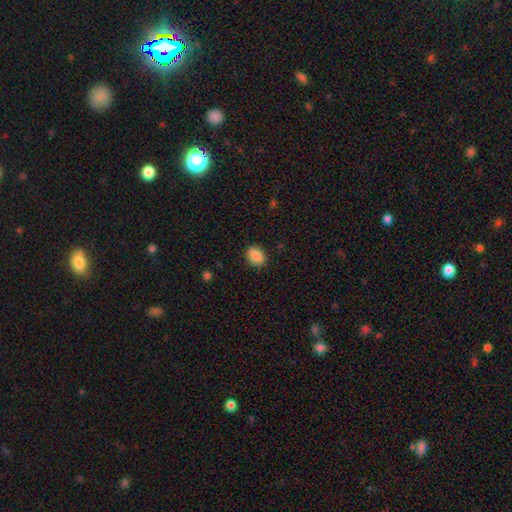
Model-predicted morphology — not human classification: Smooth or featured? Predicted: smooth (p=0.87). How rounded? Predicted: in between (p=0.55). Merging? Predicted: none (p=0.89).